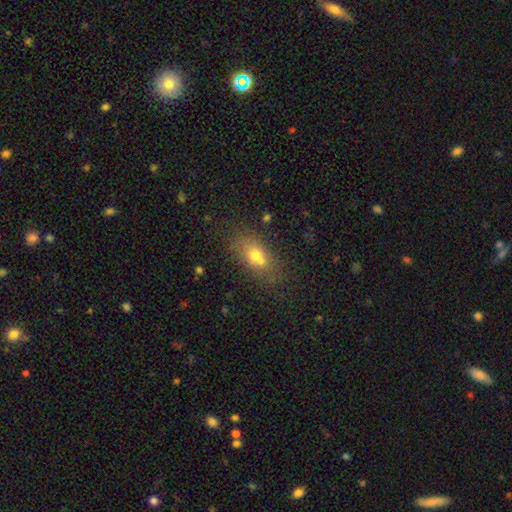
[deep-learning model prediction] Overall: smooth (64%). How rounded: in between (70%). Merging: none (44%; merger 37%).